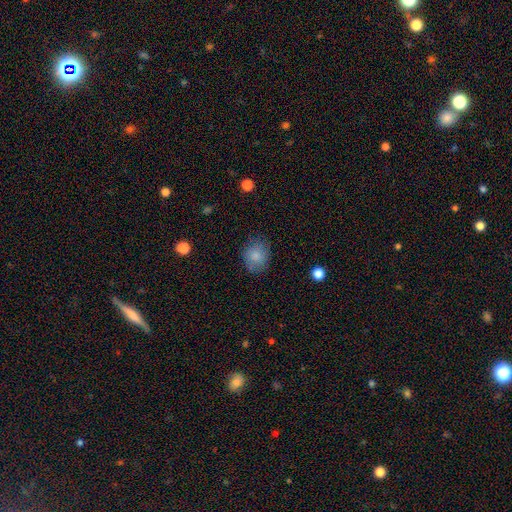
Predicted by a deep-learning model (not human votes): This is clearly a smooth galaxy (83%). How rounded: likely round (66%). Merging: likely none (76%).